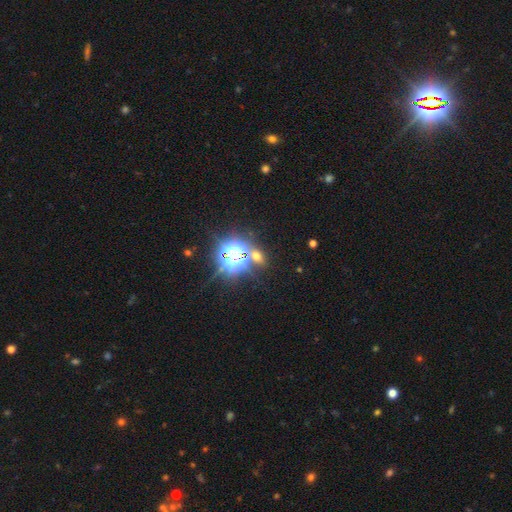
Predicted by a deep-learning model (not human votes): smooth-or-featured: star or artifact: 57% | smooth: 34% | featured or disk: 9%